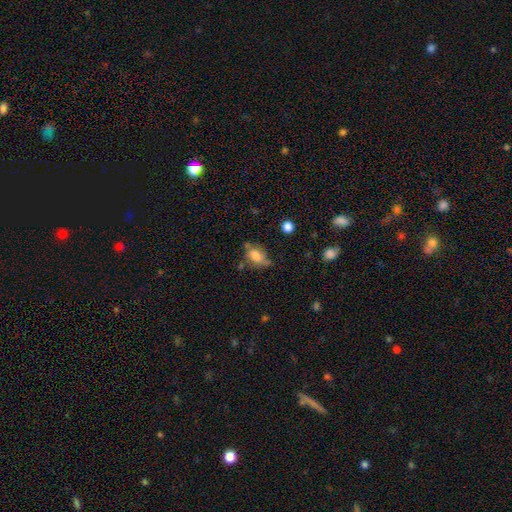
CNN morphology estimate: Overall: smooth (63%; featured or disk 26%). How rounded: in between (82%). Merging: none (43%; minor disturbance 31%).